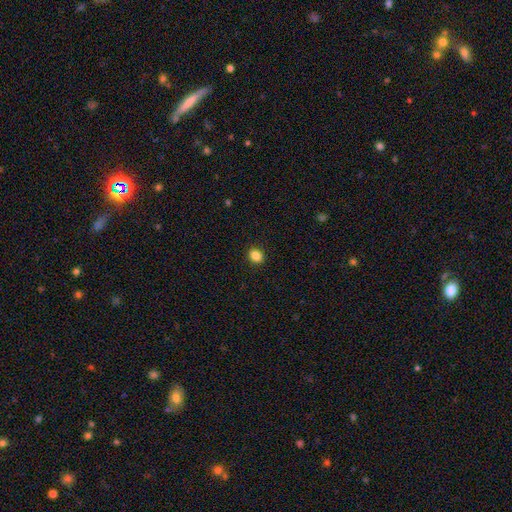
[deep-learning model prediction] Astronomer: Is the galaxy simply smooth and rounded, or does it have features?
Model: smooth — 86%.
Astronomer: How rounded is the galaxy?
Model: round — 53% (runner-up: in between, 46%).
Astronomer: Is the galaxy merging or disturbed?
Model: none — 91%.